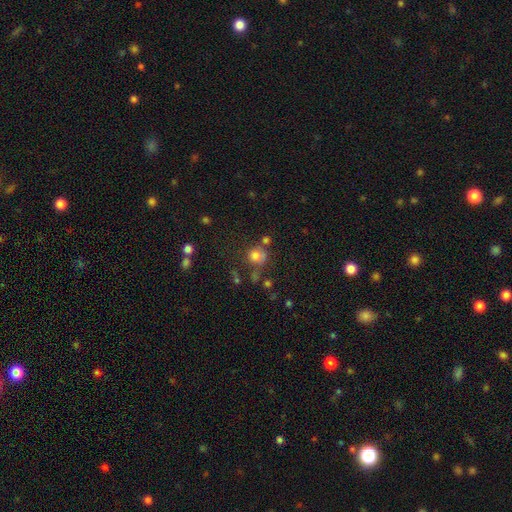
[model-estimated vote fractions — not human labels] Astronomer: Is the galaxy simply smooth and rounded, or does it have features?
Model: smooth — 73%.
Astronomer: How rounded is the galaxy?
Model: round — 80%.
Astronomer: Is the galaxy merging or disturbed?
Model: none — 51%.